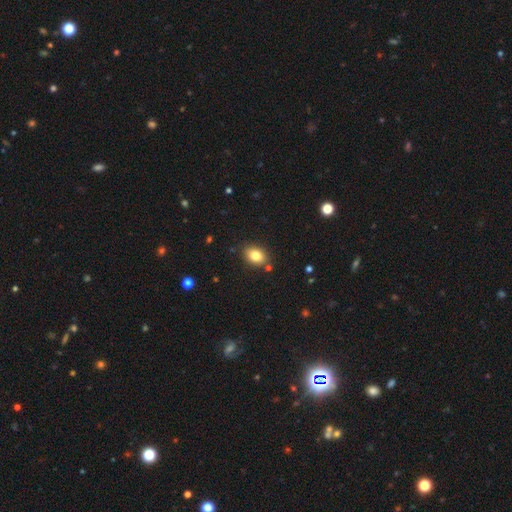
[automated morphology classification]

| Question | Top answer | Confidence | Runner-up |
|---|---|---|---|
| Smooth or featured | smooth | 82% | star or artifact (10%) |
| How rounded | in between | 74% | round (25%) |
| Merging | none | 84% | minor disturbance (10%) |